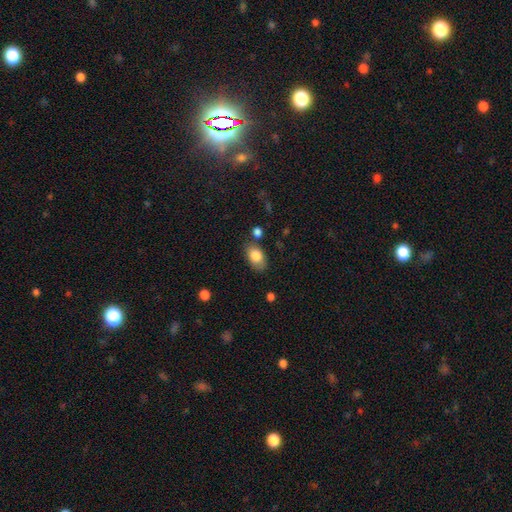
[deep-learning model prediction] Smooth or featured? Predicted: smooth (p=0.83). How rounded? Predicted: in between (p=0.88). Merging? Predicted: none (p=0.74).